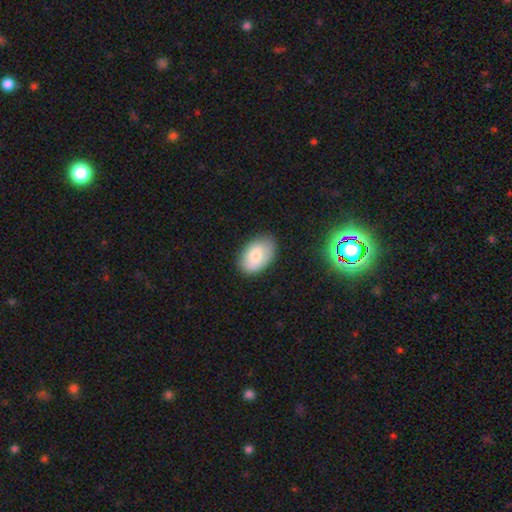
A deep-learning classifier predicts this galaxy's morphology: smooth 75%, featured or disk 17%, star or artifact 7%. Down the decision tree: how rounded — in between (90%); merging — none (82%).